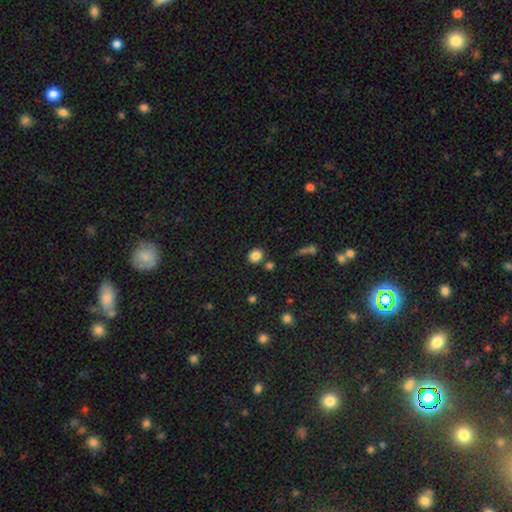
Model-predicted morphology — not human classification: Overall: smooth (85%). How rounded: round (71%). Merging: none (82%).